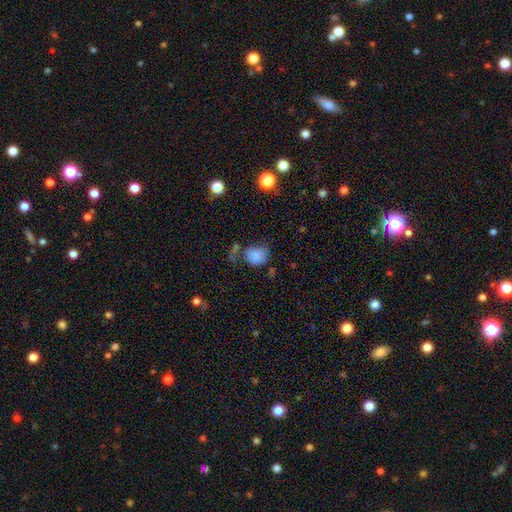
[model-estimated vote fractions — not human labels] Overall: smooth (82%). How rounded: round (61%; in between 38%). Merging: none (50%; minor disturbance 27%).